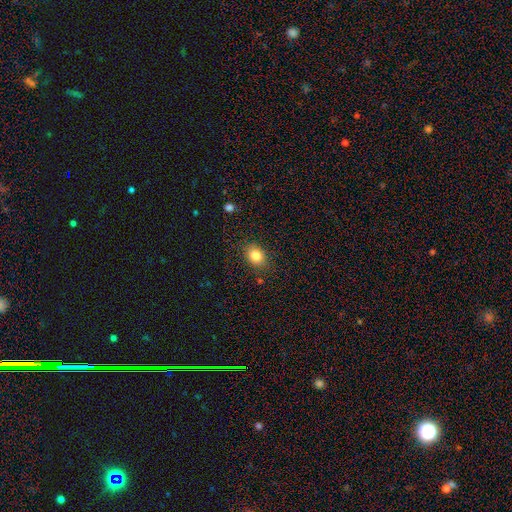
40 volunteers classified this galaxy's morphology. Smooth or featured: smooth — 82% (featured or disk — 10%)
How rounded: in between — 67% (round — 33%)
Merging: none — 95% (minor disturbance — 5%)